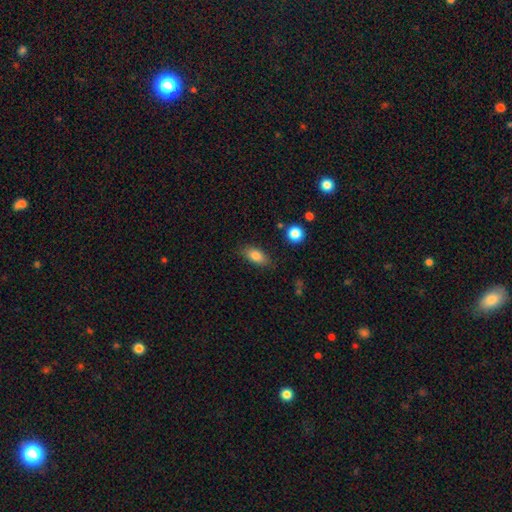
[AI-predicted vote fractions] Smooth or featured: smooth — 83% (featured or disk — 9%)
How rounded: in between — 86% (cigar-shaped — 9%)
Merging: none — 81% (minor disturbance — 14%)